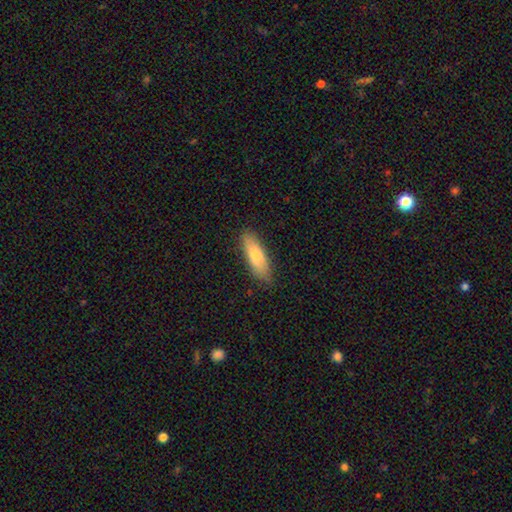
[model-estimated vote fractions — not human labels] Q: Smooth or featured?
A: smooth (77%); runner-up: featured or disk (17%)
Q: How rounded?
A: in between (54%); runner-up: cigar-shaped (44%)
Q: Merging?
A: none (83%); runner-up: minor disturbance (14%)